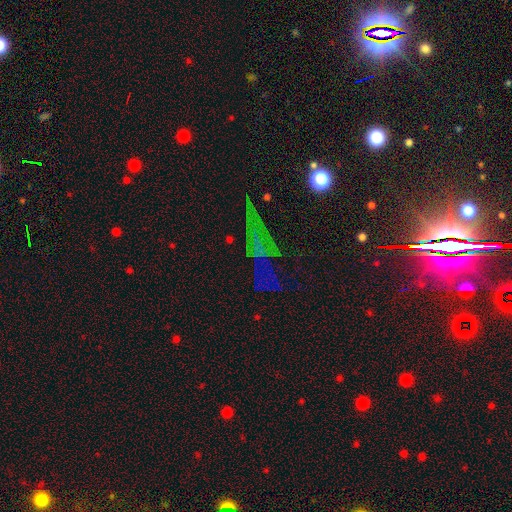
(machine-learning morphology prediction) type=star or artifact (53%).